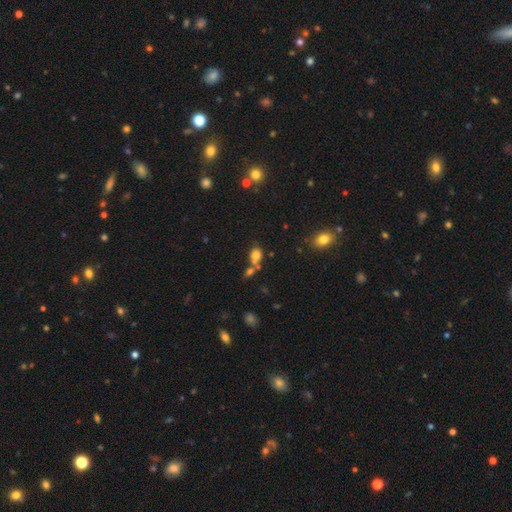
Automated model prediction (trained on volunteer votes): smooth-or-featured: smooth: 76% | star or artifact: 15% | featured or disk: 10%
  how-rounded: round: 51% | in between: 47% | cigar-shaped: 2%
  merging: merger: 41% (tied) | none: 41% (tied) | minor disturbance: 12% | major disturbance: 6%